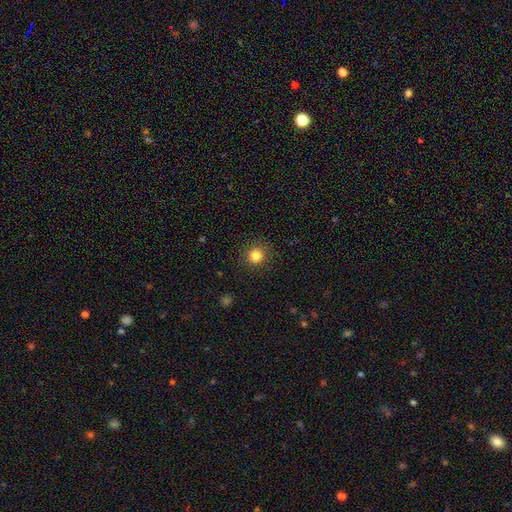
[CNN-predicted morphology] type=smooth (83%); roundness=round (91%); merging=none (89%).